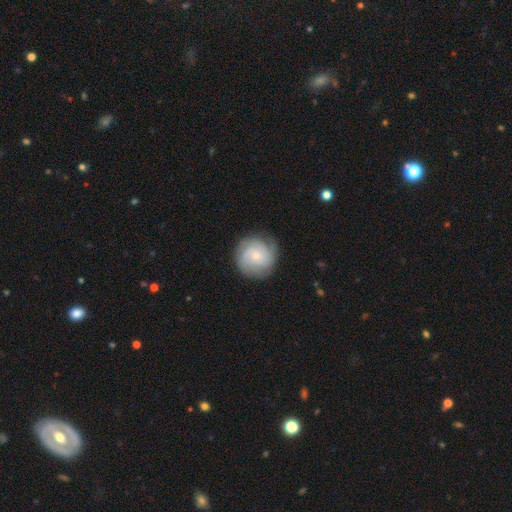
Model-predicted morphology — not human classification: Smooth or featured? featured or disk (52%)
Edge-on disk? no (97%)
Bar? no (77%)
Spiral arms? yes (84%)
Bulge size? small (71%)
Merging? none (80%)